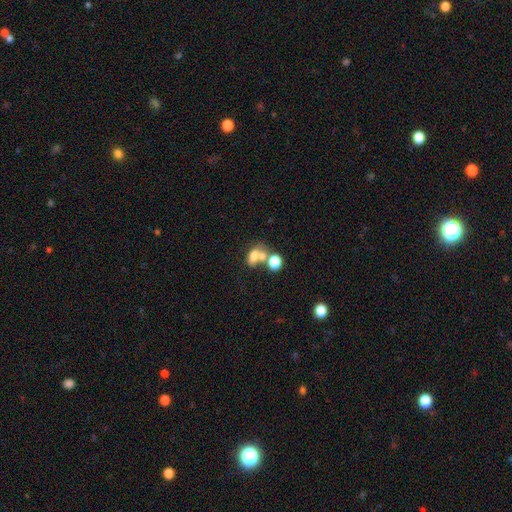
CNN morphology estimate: A smooth galaxy with no disk features (65%) that is in between round and cigar-shaped (71%). Merging: merger (56%).